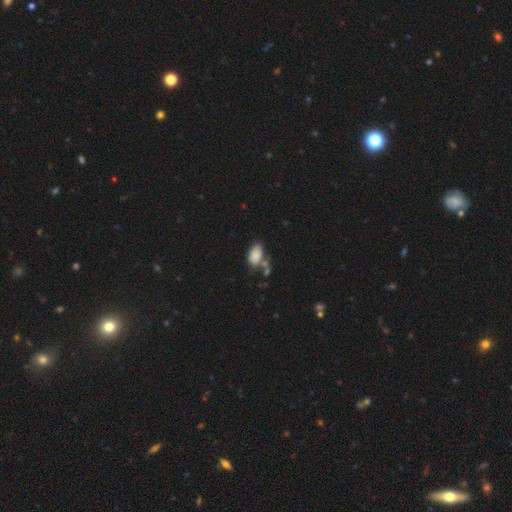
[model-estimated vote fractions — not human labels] This is clearly a smooth galaxy (83%). How rounded: clearly in between (92%). Merging: marginally none (44%).